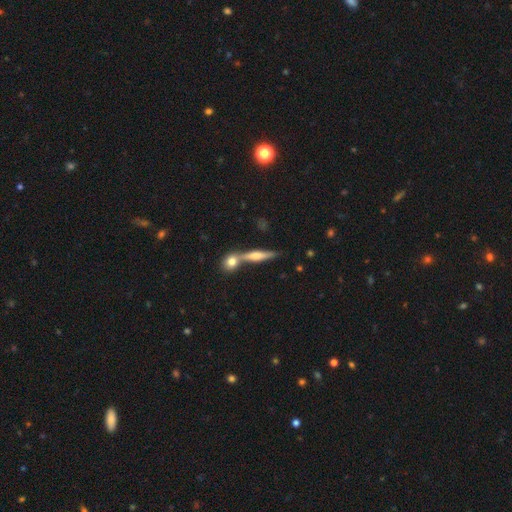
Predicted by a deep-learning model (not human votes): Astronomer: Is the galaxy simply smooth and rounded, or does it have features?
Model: featured or disk — 59%.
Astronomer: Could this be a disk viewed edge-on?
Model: yes — 94%.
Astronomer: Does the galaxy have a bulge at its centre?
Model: rounded — 79%.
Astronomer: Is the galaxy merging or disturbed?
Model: none — 66%.